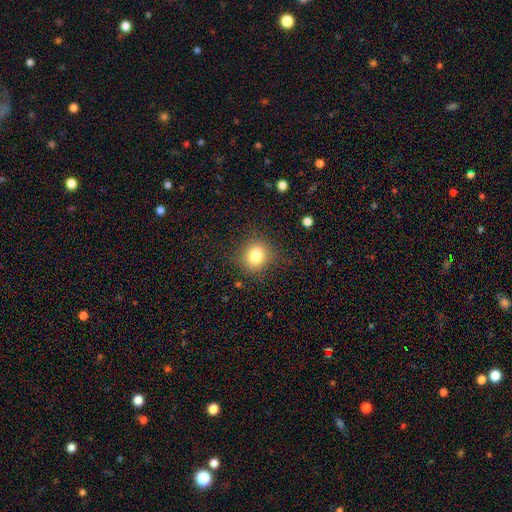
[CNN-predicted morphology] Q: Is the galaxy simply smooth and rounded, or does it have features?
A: smooth — 80%.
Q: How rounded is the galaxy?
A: round — 77%.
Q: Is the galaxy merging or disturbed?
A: none — 83%.